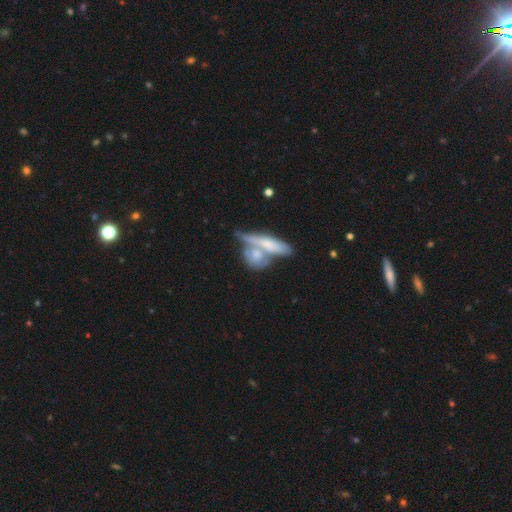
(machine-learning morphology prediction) This is possibly a smooth galaxy (56%). How rounded: marginally in between (45%). Merging: possibly merger (53%).